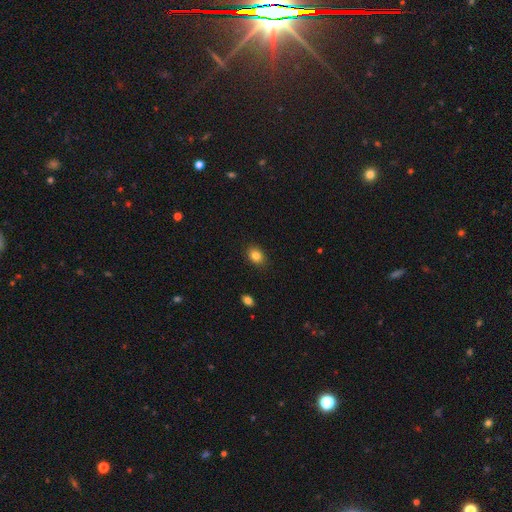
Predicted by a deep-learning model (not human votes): smooth 84%, star or artifact 10%, featured or disk 6%. Down the decision tree: how rounded — in between (58%); merging — none (88%).